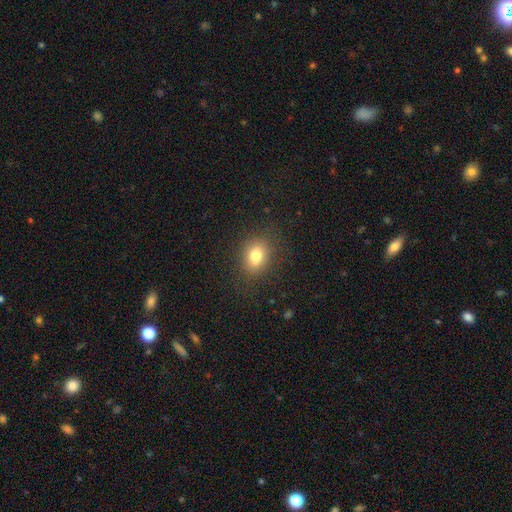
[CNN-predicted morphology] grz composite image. It shows a smooth galaxy with no disk features (77%) that is in between round and cigar-shaped (56%). Merging: none (82%).